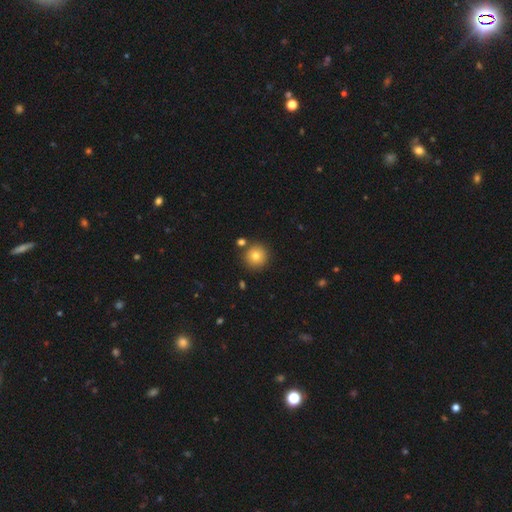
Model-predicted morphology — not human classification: smooth 79%, star or artifact 12%, featured or disk 9%. Down the decision tree: how rounded — round (95%); merging — none (84%).